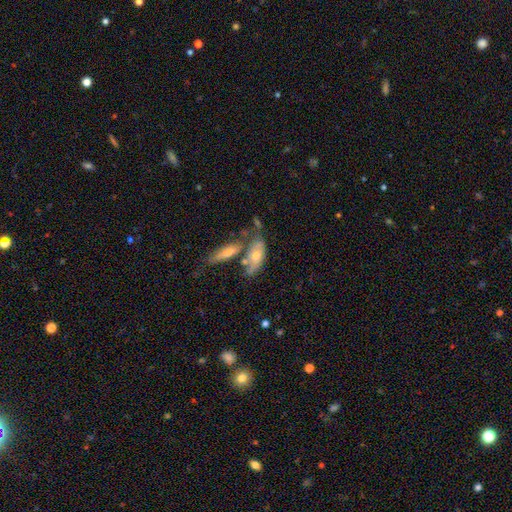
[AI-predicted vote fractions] A smooth galaxy with no disk features (49%).

Vote fractions:
- Smooth or featured? smooth: 49% / featured or disk: 43% / star or artifact: 7%
- Merging? none: 38% / merger: 36% / minor disturbance: 17% / major disturbance: 9%